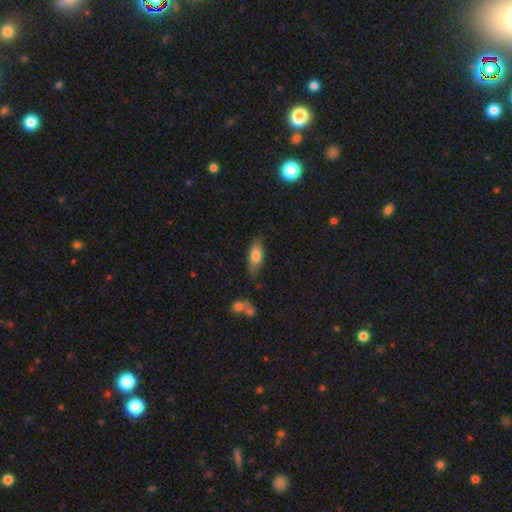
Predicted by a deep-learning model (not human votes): Morphology: type=smooth (74%); roundness=in between (76%); merging=none (71%).